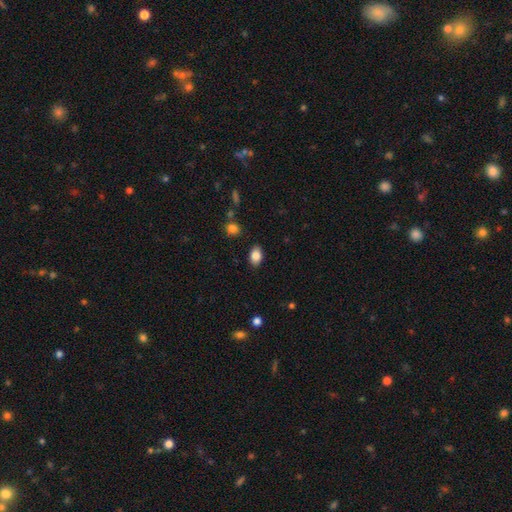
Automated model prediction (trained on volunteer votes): The model was most divided on "how rounded": in between: 85%, round: 14%, cigar-shaped: 1%. More confident: merging — none (86%); smooth or featured — smooth (85%).